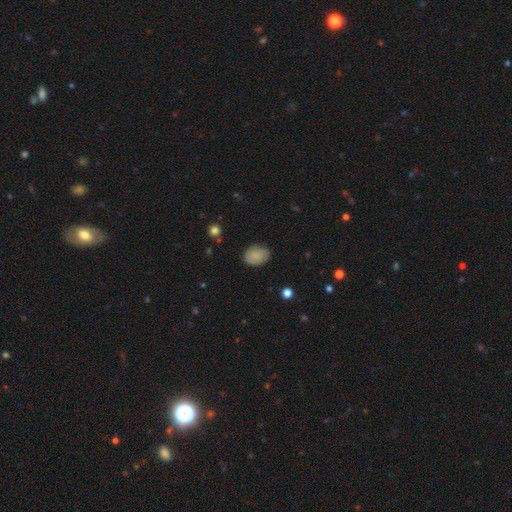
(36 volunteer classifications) Volunteers were most divided on "smooth or featured": smooth: 75%, featured or disk: 19%, star or artifact: 6%. More confident: how rounded — in between (81%); merging — none (79%).